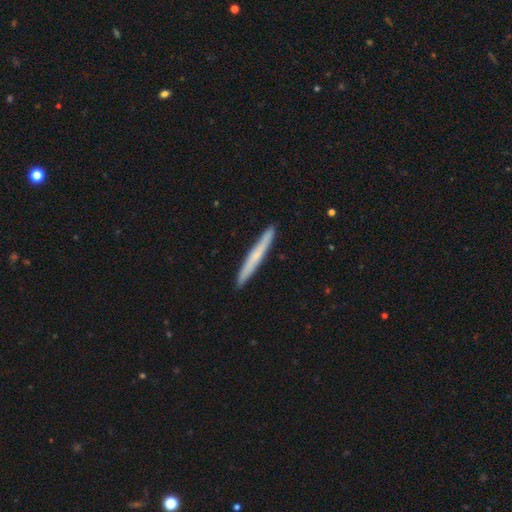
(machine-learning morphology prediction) Smooth or featured? Predicted: smooth (p=0.52). How rounded? Predicted: cigar-shaped (p=0.97). Merging? Predicted: none (p=0.92).